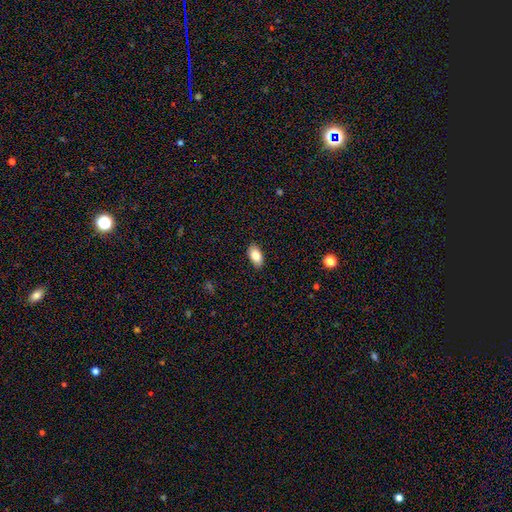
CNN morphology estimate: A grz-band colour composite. It shows a smooth galaxy with no disk features (84%) that is in between round and cigar-shaped (93%). Merging: none (88%).